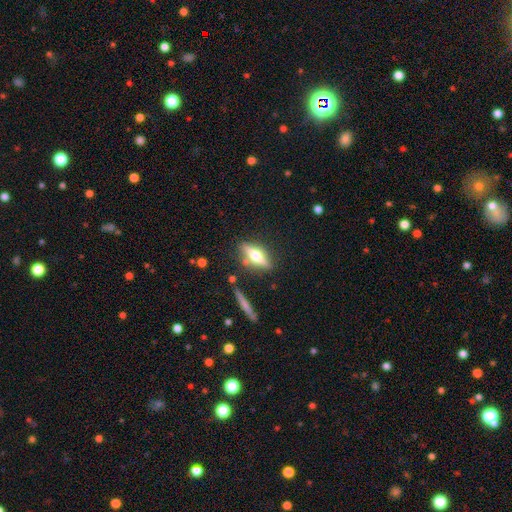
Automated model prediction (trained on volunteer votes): Q: Smooth or featured?
A: featured or disk (59%); runner-up: smooth (34%)
Q: Edge-on disk?
A: yes (92%); runner-up: no (8%)
Q: Edge-on bulge?
A: rounded (94%); runner-up: boxy (4%)
Q: Merging?
A: none (80%); runner-up: minor disturbance (12%)